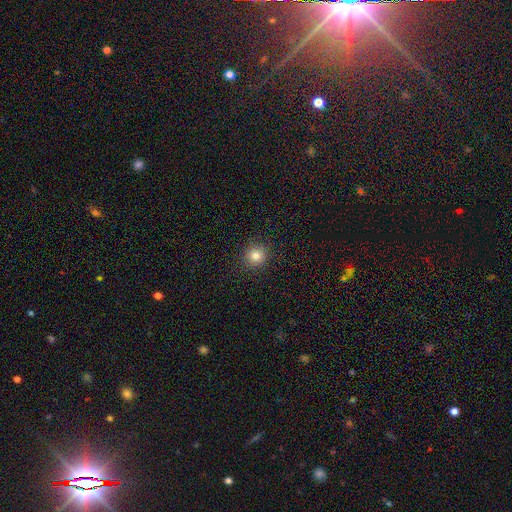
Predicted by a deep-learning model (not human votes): Q: Smooth or featured?
A: smooth (82%); runner-up: star or artifact (13%)
Q: How rounded?
A: round (89%); runner-up: in between (10%)
Q: Merging?
A: none (91%); runner-up: minor disturbance (6%)